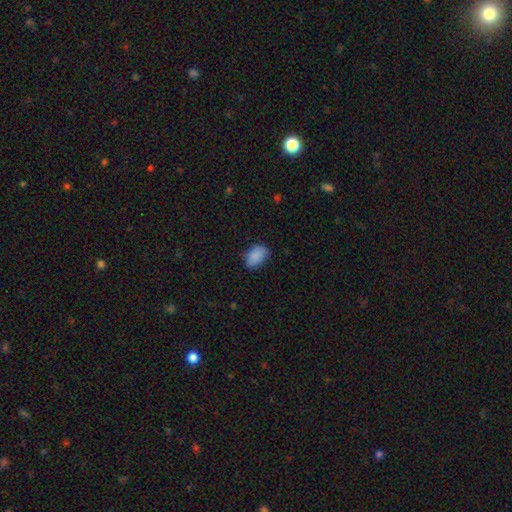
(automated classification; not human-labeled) Smooth or featured?
  - smooth: 87% *
  - star or artifact: 7%
  - featured or disk: 5%
How rounded?
  - in between: 88% *
  - round: 11%
  - cigar-shaped: 1%
Merging?
  - none: 72% *
  - minor disturbance: 23%
  - major disturbance: 4%
  - merger: 1%